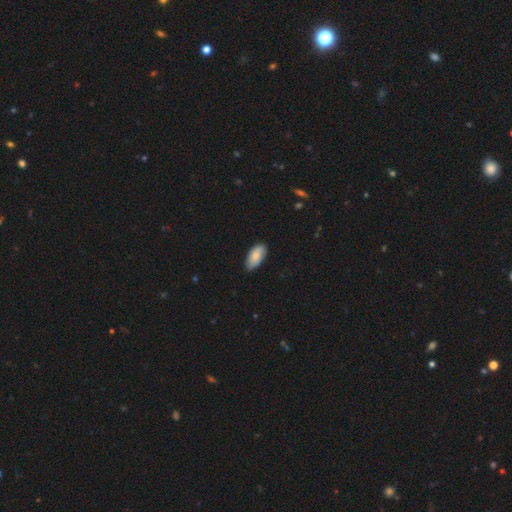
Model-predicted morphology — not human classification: smooth 82%, featured or disk 13%, star or artifact 6%. Down the decision tree: how rounded — in between (93%); merging — none (83%).